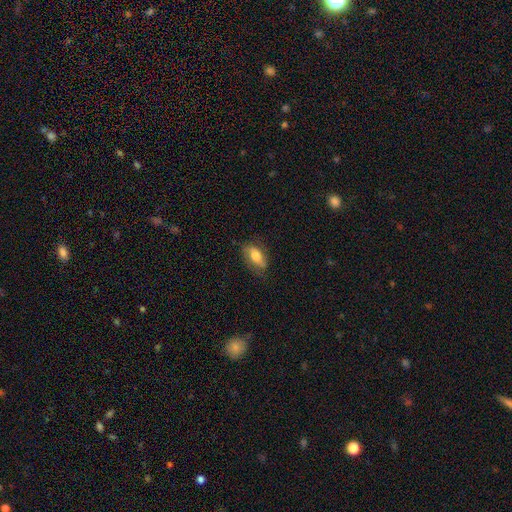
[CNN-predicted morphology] The model was most divided on "smooth or featured": smooth: 58%, featured or disk: 34%, star or artifact: 8%. More confident: how rounded — in between (85%); merging — none (69%).